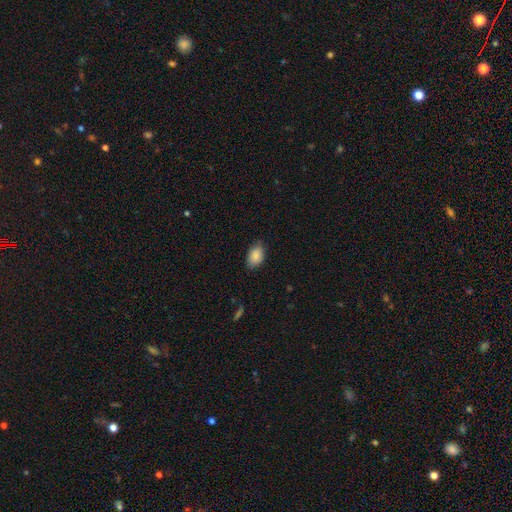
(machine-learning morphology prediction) This is clearly a smooth galaxy (87%). How rounded: clearly in between (88%). Merging: likely none (79%).